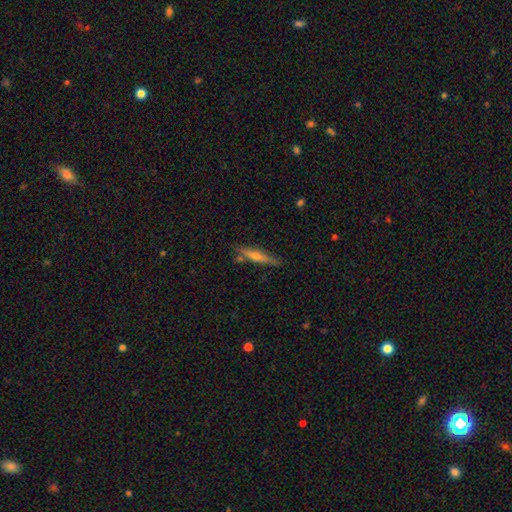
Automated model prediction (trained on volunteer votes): This appears to be a featured or disk galaxy (64%) viewed edge-on (95%) with a rounded central bulge (80%). Merging: none (83%).